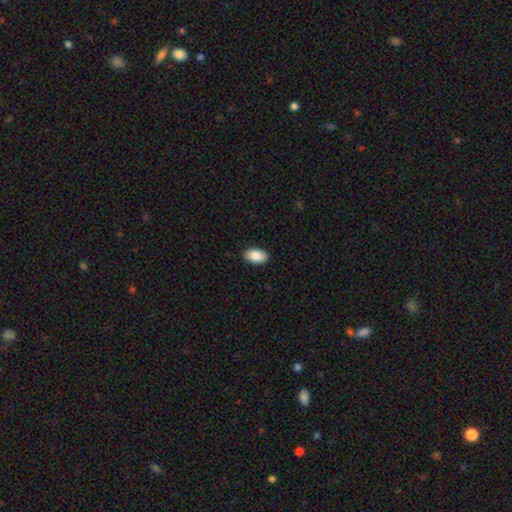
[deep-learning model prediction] This appears to be a smooth galaxy with no disk features (87%) that is in between round and cigar-shaped (93%). Merging: none (89%).